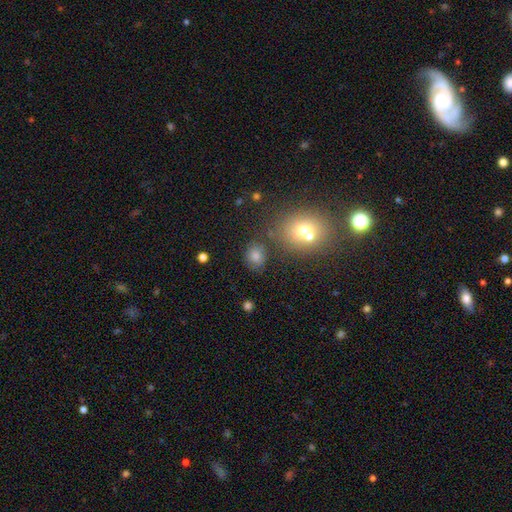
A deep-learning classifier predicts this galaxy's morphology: Smooth or featured? Predicted: smooth (p=0.77). How rounded? Predicted: round (p=0.67). Merging? Predicted: none (p=0.77).